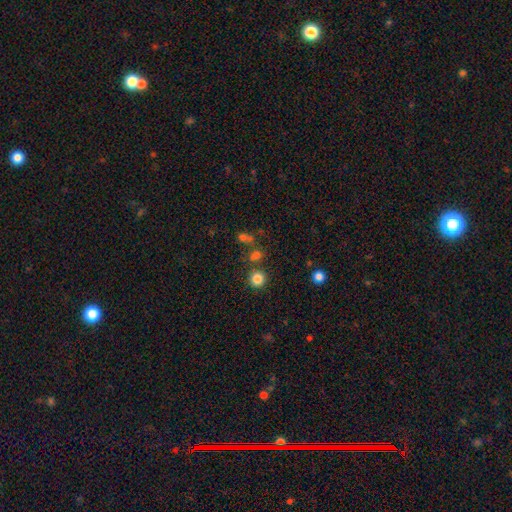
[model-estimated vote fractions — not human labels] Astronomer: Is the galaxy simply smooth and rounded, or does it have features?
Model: smooth — 65%.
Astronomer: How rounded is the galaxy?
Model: round — 88%.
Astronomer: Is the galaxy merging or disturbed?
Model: none — 73%.